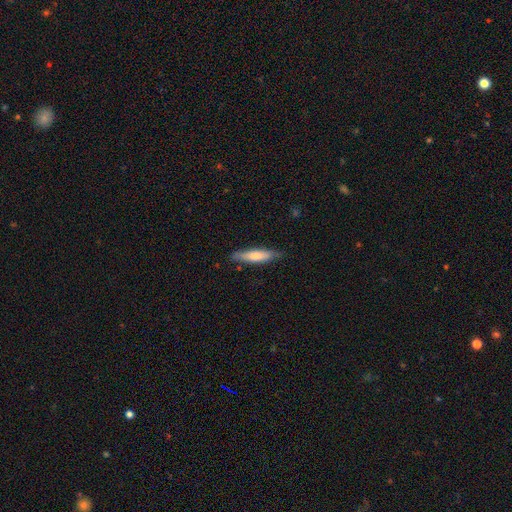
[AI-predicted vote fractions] Smooth or featured? Predicted: smooth (p=0.62). How rounded? Predicted: cigar-shaped (p=0.83). Merging? Predicted: none (p=0.83).